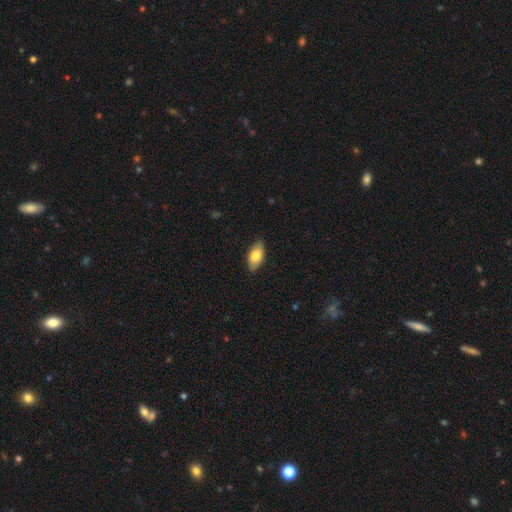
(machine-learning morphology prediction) The model was most divided on "smooth or featured": smooth: 77%, featured or disk: 17%, star or artifact: 6%. More confident: how rounded — in between (91%); merging — none (85%).